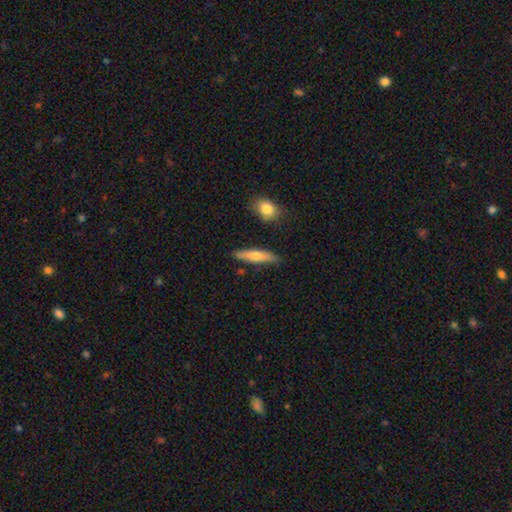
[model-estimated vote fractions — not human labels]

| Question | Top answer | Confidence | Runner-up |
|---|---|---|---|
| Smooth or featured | smooth | 65% | featured or disk (29%) |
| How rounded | cigar-shaped | 79% | in between (19%) |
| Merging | none | 84% | minor disturbance (10%) |